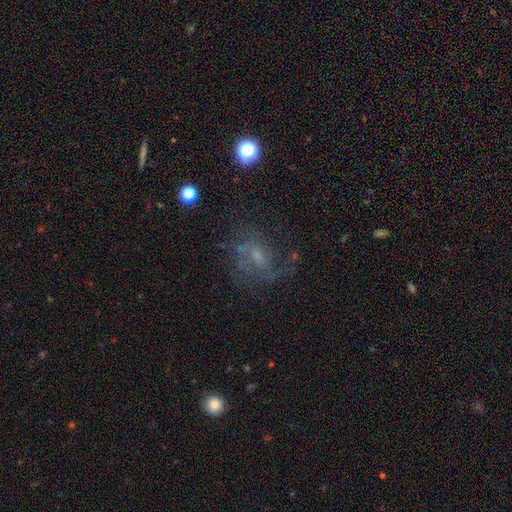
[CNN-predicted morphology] featured or disk 62%, smooth 20%, star or artifact 17%. Down the decision tree: edge-on disk — no (97%); bar — no (55%); spiral arms — yes (80%); bulge size — small (51%); merging — none (58%).